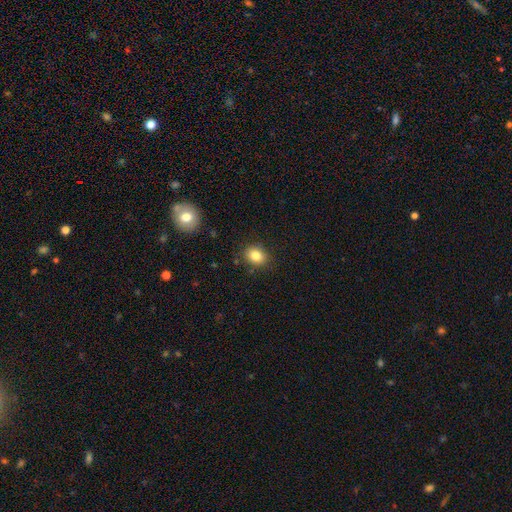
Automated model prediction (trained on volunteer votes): The model was most divided on "how rounded": in between: 50%, round: 49%, cigar-shaped: 1%. More confident: merging — none (85%); smooth or featured — smooth (83%).